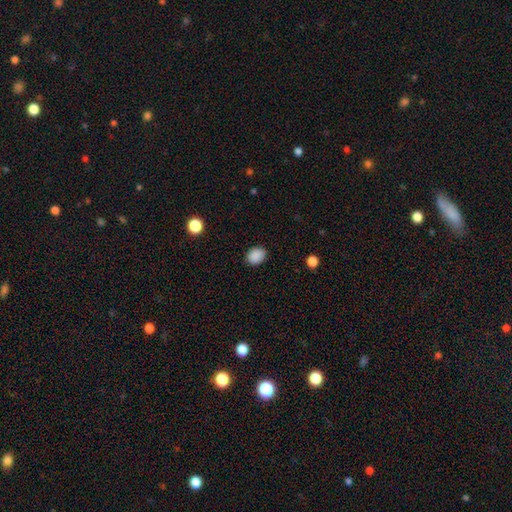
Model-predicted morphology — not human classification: Smooth or featured? Predicted: smooth (p=0.89). How rounded? Predicted: in between (p=0.51). Merging? Predicted: none (p=0.87).